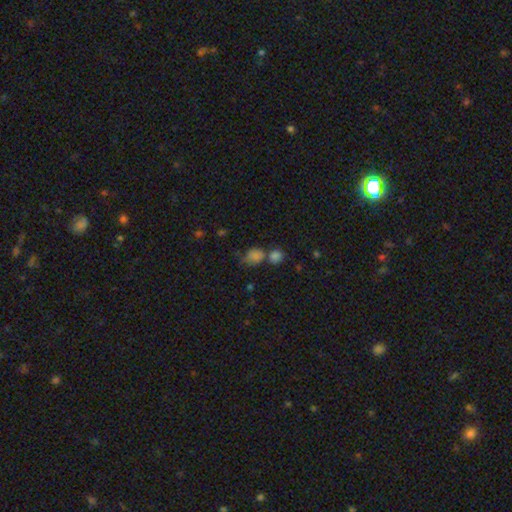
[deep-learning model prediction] smooth_or_featured: smooth (p=0.66) [alt: star or artifact p=0.23]
how_rounded: round (p=0.54) [alt: in between p=0.44]
merging: none (p=0.44) [alt: merger p=0.33]